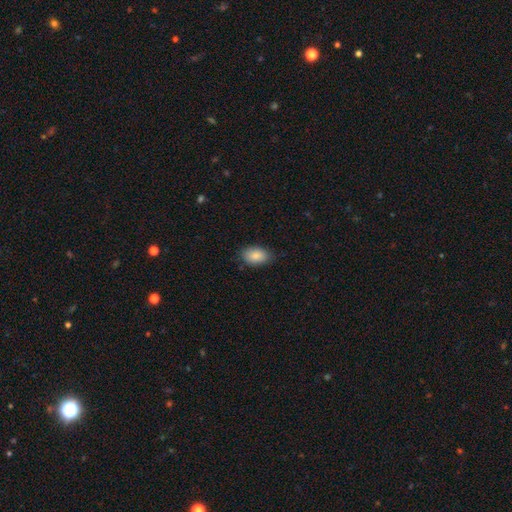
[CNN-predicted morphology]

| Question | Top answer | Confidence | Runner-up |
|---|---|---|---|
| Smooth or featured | smooth | 87% | star or artifact (7%) |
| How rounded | in between | 91% | round (8%) |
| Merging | none | 81% | minor disturbance (15%) |